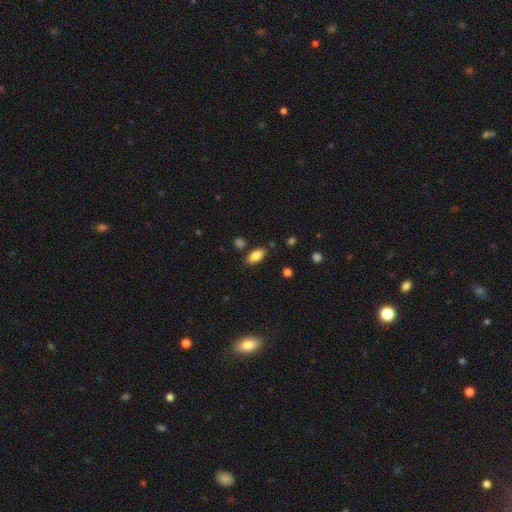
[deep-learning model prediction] A smooth galaxy with no disk features (85%) that is in between round and cigar-shaped (91%). Merging: none (81%).